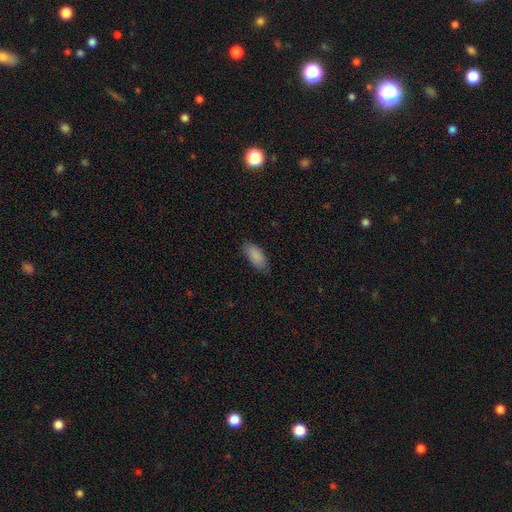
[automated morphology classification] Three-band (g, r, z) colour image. It shows a smooth galaxy with no disk features (89%) that is in between round and cigar-shaped (88%). Merging: none (81%).